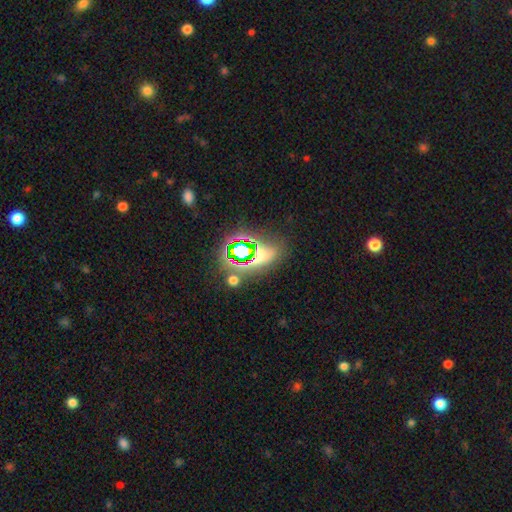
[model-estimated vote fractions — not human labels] Smooth or featured: star or artifact — 51% (smooth — 35%)